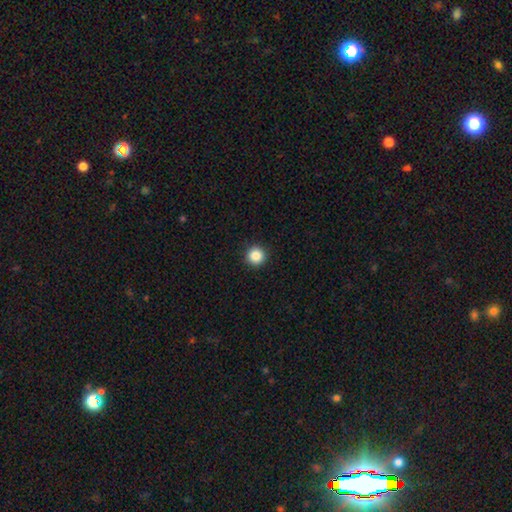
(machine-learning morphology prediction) smooth 87%, star or artifact 10%, featured or disk 3%. Down the decision tree: how rounded — round (96%); merging — none (93%).